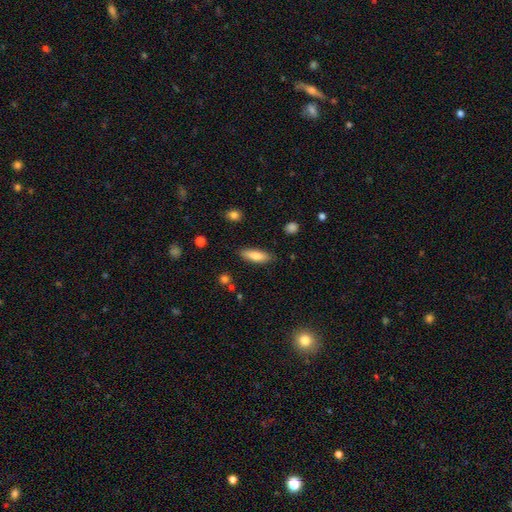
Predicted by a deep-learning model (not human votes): smooth-or-featured: smooth: 80% | featured or disk: 14% | star or artifact: 7%
  how-rounded: in between: 55% | cigar-shaped: 43% | round: 2%
  merging: none: 83% | minor disturbance: 12% | major disturbance: 3% | merger: 2%